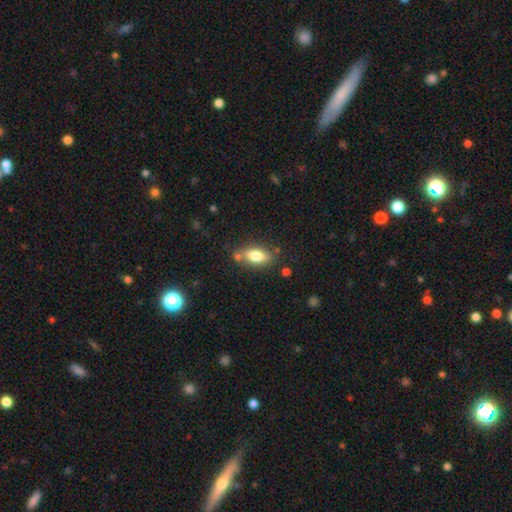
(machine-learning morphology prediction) Overall: smooth (76%). How rounded: in between (84%). Merging: none (72%).